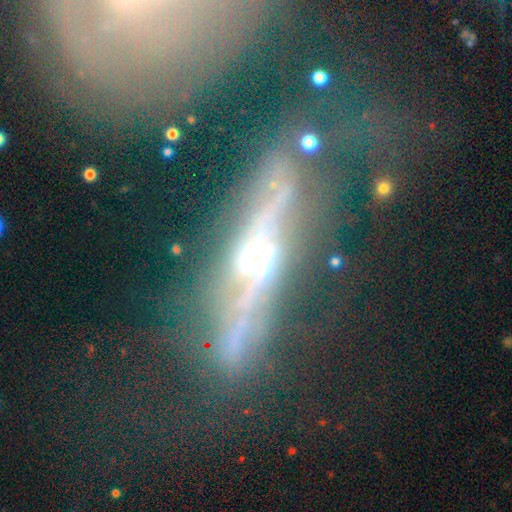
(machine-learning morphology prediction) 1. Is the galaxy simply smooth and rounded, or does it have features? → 81% featured or disk, 12% smooth, 7% star or artifact.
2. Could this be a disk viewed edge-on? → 83% yes, 17% no.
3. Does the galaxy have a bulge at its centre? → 90% rounded, 5% none, 5% boxy.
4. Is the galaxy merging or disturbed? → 53% none, 18% minor disturbance, 15% major disturbance, 14% merger.